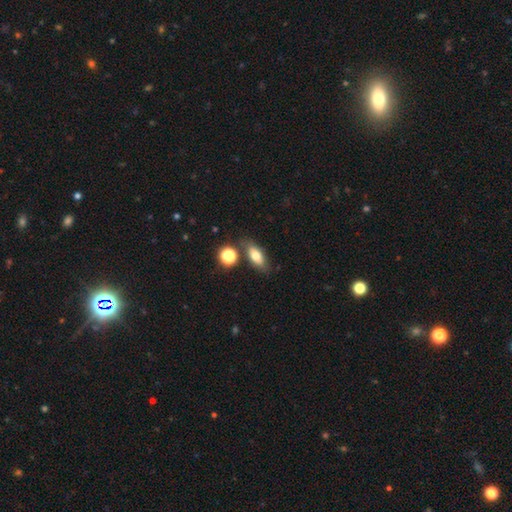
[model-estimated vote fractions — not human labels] Overall: smooth (71%). How rounded: in between (76%). Merging: none (74%).